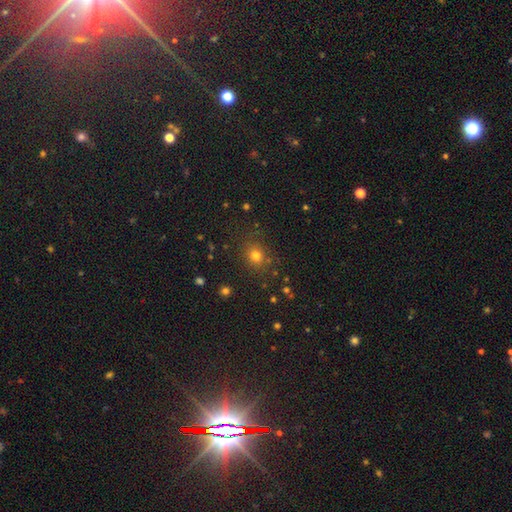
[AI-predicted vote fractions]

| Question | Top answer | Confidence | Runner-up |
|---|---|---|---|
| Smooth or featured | smooth | 75% | star or artifact (19%) |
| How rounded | round | 74% | in between (25%) |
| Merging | none | 83% | minor disturbance (10%) |